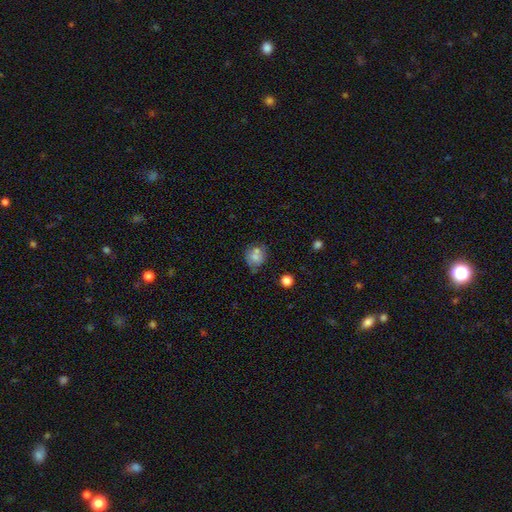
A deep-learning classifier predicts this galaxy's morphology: Q: Smooth or featured?
A: smooth (70%); runner-up: featured or disk (20%)
Q: How rounded?
A: round (74%); runner-up: in between (25%)
Q: Merging?
A: none (53%); runner-up: merger (23%)